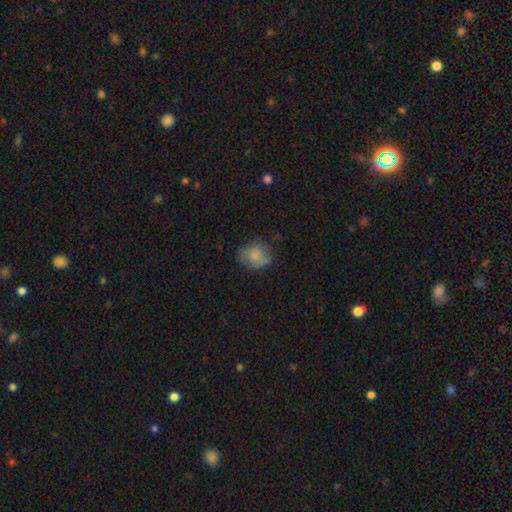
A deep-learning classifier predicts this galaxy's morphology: Smooth or featured? Predicted: smooth (p=0.75). How rounded? Predicted: round (p=0.65). Merging? Predicted: none (p=0.65).